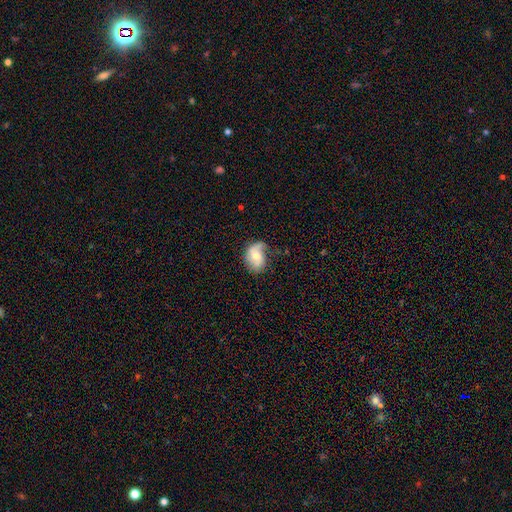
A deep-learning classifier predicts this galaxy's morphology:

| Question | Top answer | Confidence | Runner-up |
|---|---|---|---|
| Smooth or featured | featured or disk | 49% | smooth (44%) |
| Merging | none | 46% | minor disturbance (34%) |